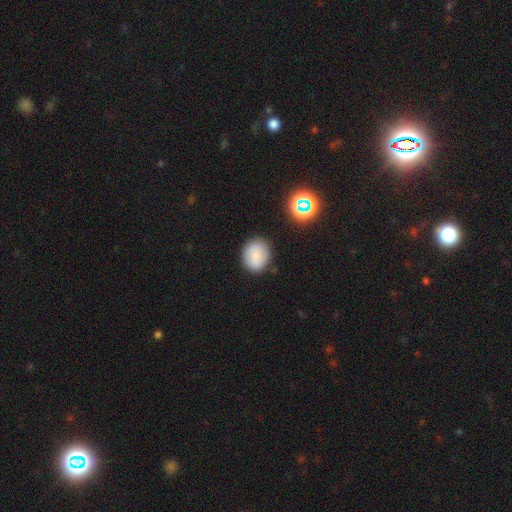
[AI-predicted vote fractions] Morphology: type=smooth (82%); roundness=round (62%); merging=none (83%).